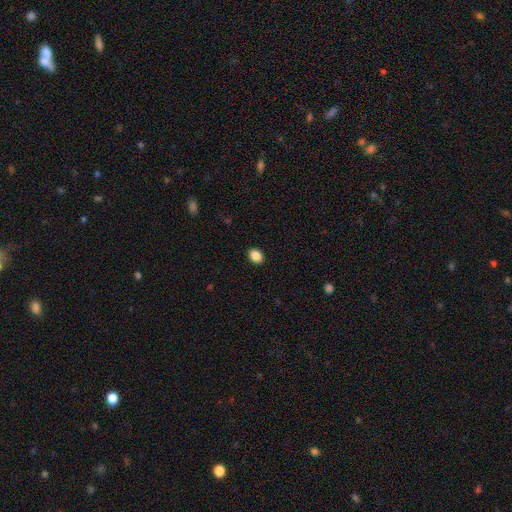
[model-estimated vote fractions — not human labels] This is clearly a smooth galaxy (88%). How rounded: likely in between (75%). Merging: clearly none (90%).